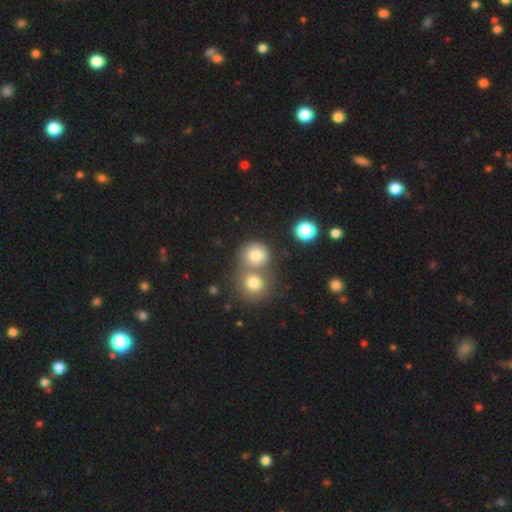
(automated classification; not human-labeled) Q: Smooth or featured?
A: smooth (76%); runner-up: star or artifact (13%)
Q: How rounded?
A: round (86%); runner-up: in between (13%)
Q: Merging?
A: none (46%); runner-up: merger (42%)